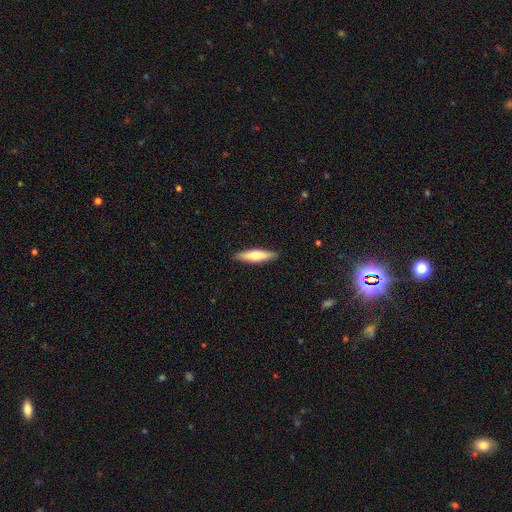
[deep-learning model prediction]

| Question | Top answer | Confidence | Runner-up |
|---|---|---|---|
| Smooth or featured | smooth | 61% | featured or disk (34%) |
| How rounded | cigar-shaped | 76% | in between (22%) |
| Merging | none | 91% | minor disturbance (7%) |